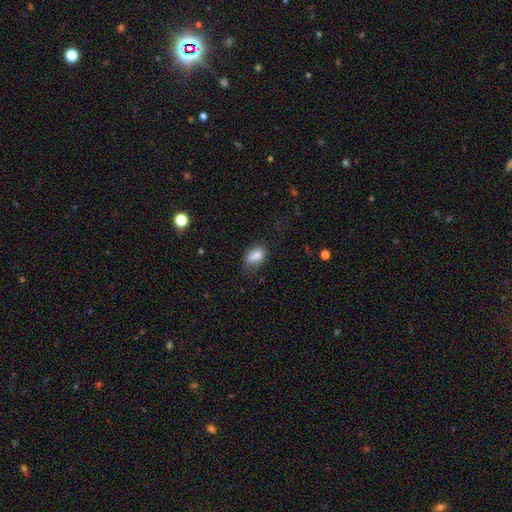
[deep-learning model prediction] Smooth or featured?
  - smooth: 83% *
  - star or artifact: 9%
  - featured or disk: 8%
How rounded?
  - in between: 86% *
  - round: 10%
  - cigar-shaped: 4%
Merging?
  - none: 56% *
  - minor disturbance: 29%
  - major disturbance: 12%
  - merger: 3%